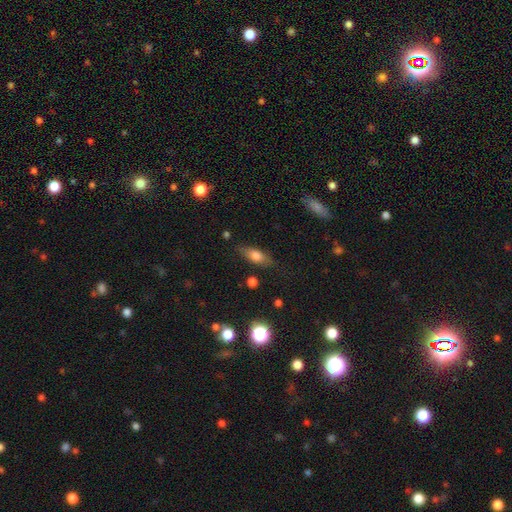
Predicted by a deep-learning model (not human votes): Smooth or featured?
  - smooth: 69% *
  - featured or disk: 22%
  - star or artifact: 9%
How rounded?
  - in between: 73% *
  - cigar-shaped: 22%
  - round: 5%
Merging?
  - none: 79% *
  - minor disturbance: 15%
  - major disturbance: 4%
  - merger: 2%